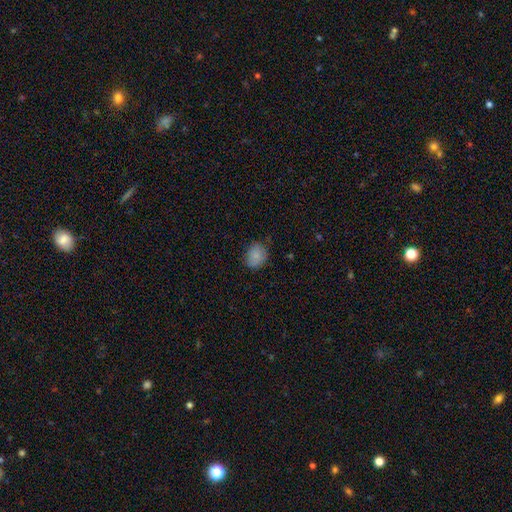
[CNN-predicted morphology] Q: Smooth or featured?
A: smooth (85%); runner-up: star or artifact (9%)
Q: How rounded?
A: round (56%); runner-up: in between (43%)
Q: Merging?
A: none (77%); runner-up: minor disturbance (18%)